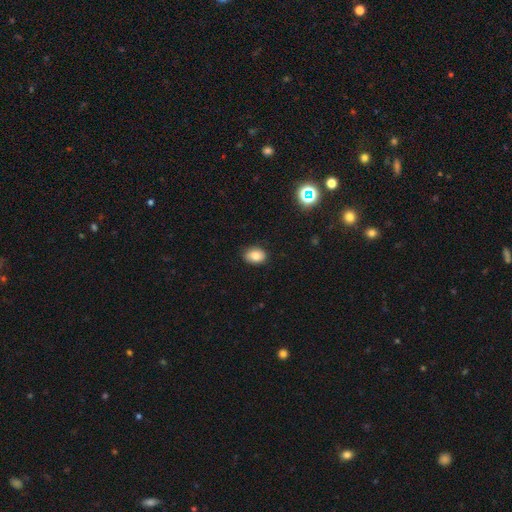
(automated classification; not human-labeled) This appears to be a smooth galaxy with no disk features (85%) that is in between round and cigar-shaped (74%). Merging: none (83%).